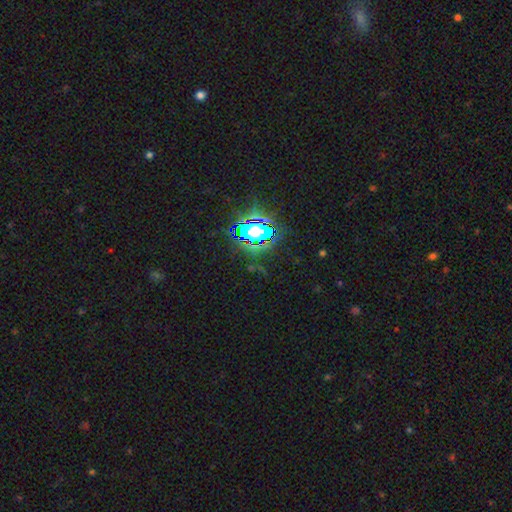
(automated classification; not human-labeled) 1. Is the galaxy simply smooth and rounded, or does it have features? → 82% star or artifact, 11% smooth, 7% featured or disk.